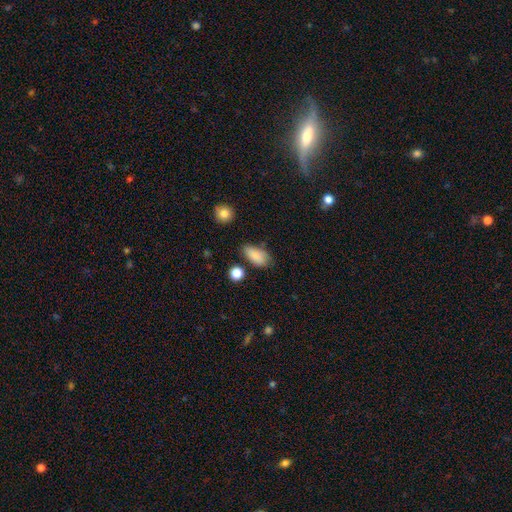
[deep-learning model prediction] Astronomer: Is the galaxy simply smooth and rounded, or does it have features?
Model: smooth — 85%.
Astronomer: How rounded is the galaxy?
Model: in between — 89%.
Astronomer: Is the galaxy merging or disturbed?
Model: none — 67%.